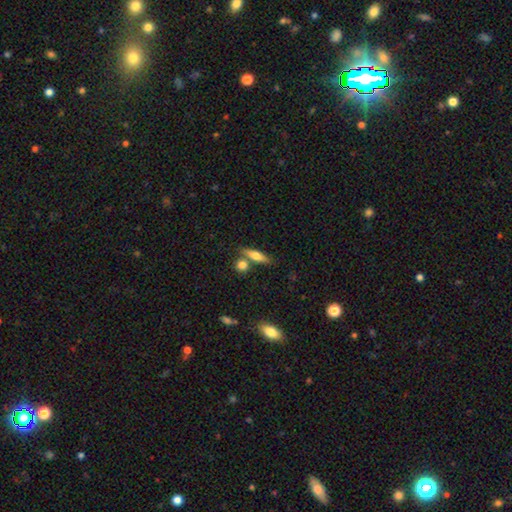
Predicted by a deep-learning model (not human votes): A smooth galaxy with no disk features (61%) that is cigar-shaped (54%). Merging: none (64%).